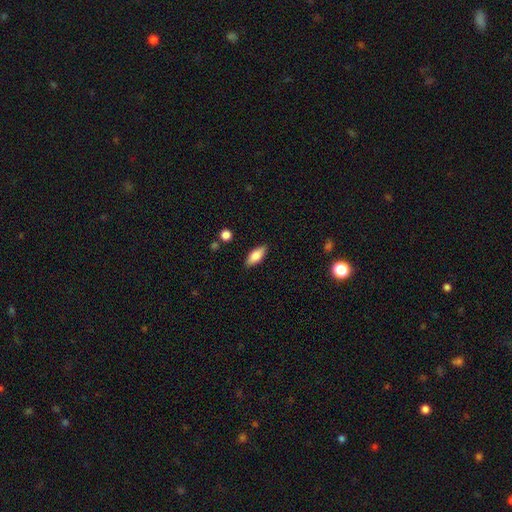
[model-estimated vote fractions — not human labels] A smooth galaxy with no disk features (75%) that is in between round and cigar-shaped (79%). Merging: none (87%).